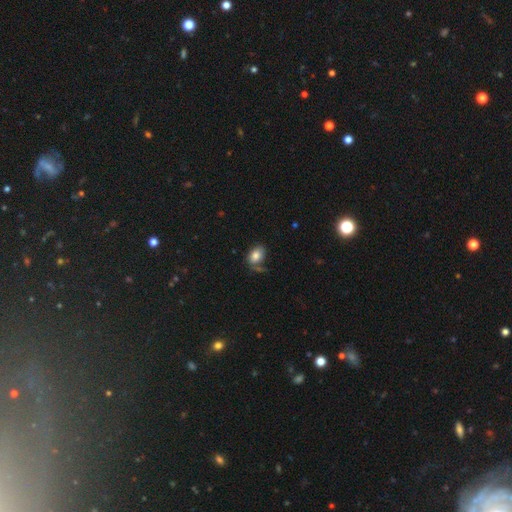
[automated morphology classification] This is likely a smooth galaxy (79%). How rounded: likely in between (79%). Merging: possibly none (59%).